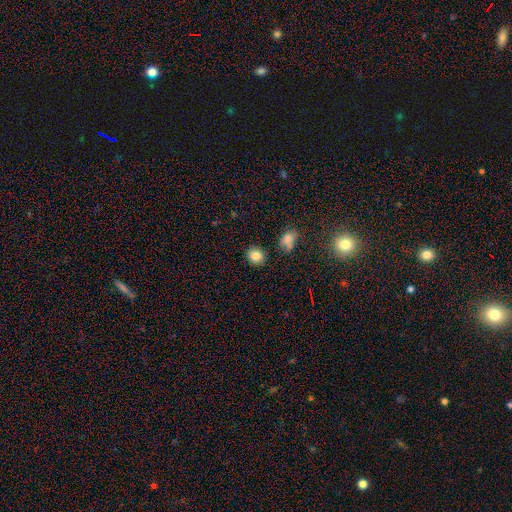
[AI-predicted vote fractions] Morphology: type=smooth (84%); roundness=round (78%); merging=none (86%).